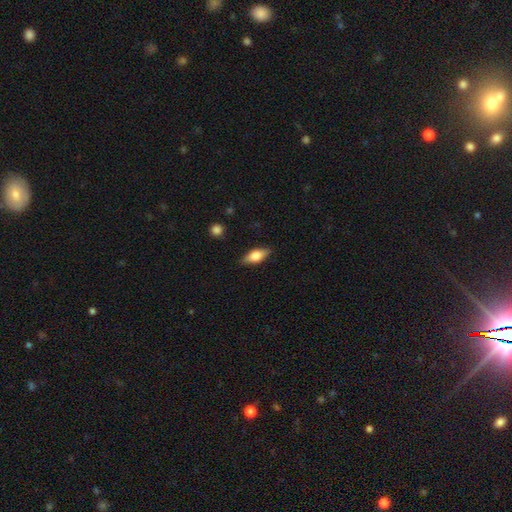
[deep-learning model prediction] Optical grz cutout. It shows a smooth galaxy with no disk features (63%) that is in between round and cigar-shaped (76%). Merging: none (85%).